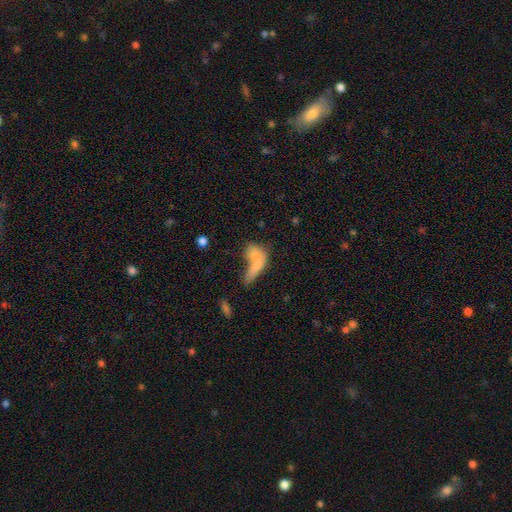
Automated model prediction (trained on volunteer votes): Morphology: type=smooth (38%); merging=merger (34%).